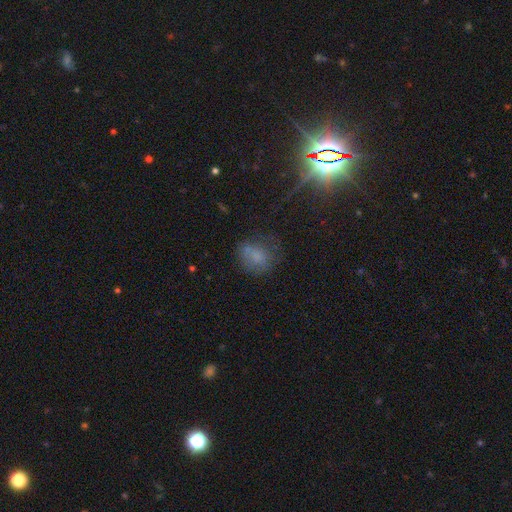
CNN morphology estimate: Smooth or featured?
  - smooth: 62% *
  - star or artifact: 21%
  - featured or disk: 17%
How rounded?
  - round: 57% *
  - in between: 41%
  - cigar-shaped: 2%
Merging?
  - none: 56% *
  - minor disturbance: 22%
  - major disturbance: 14%
  - merger: 7%